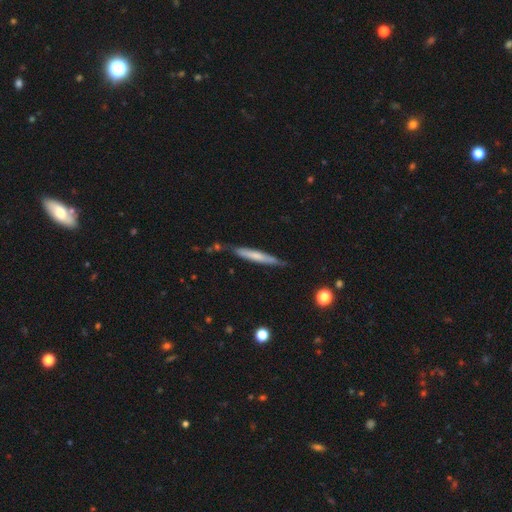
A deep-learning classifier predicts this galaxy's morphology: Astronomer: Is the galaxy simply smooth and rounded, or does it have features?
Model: smooth — 55% (runner-up: featured or disk, 39%).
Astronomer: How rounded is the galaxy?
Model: cigar-shaped — 95%.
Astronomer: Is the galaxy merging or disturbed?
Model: none — 78%.